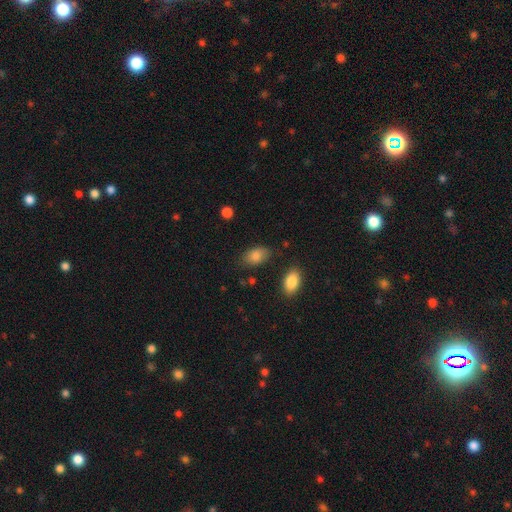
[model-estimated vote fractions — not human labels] Smooth or featured?
  - smooth: 84% *
  - featured or disk: 9%
  - star or artifact: 8%
How rounded?
  - in between: 91% *
  - round: 7%
  - cigar-shaped: 2%
Merging?
  - none: 75% *
  - minor disturbance: 17%
  - major disturbance: 4%
  - merger: 3%